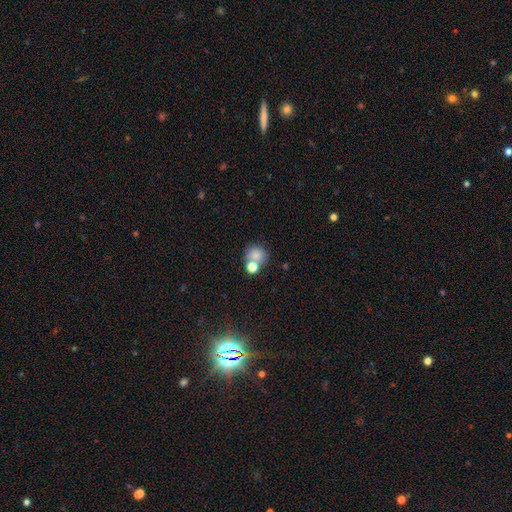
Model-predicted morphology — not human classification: smooth 79%, star or artifact 12%, featured or disk 9%. Down the decision tree: how rounded — round (83%); merging — none (54%).